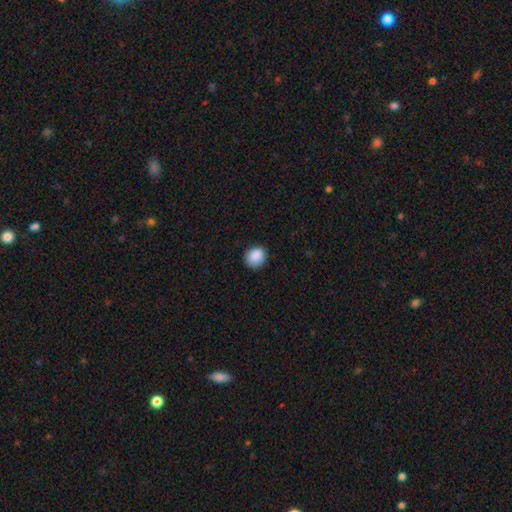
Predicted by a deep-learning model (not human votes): Morphology: type=smooth (88%); roundness=round (72%); merging=none (83%).